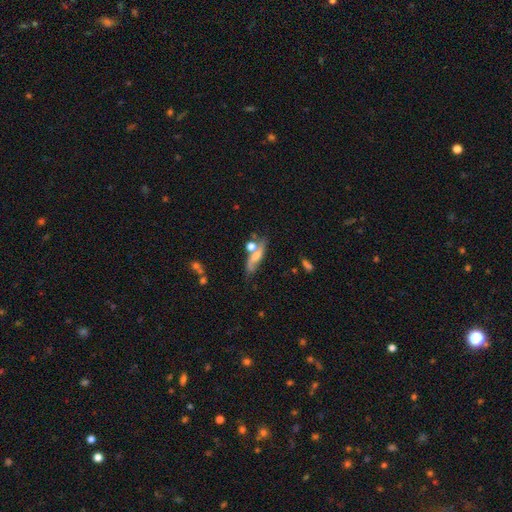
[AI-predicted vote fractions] smooth-or-featured: featured or disk: 55% | smooth: 34% | star or artifact: 11%
  disk-edge-on: no: 62% | yes: 38%
  merging: none: 50% | minor disturbance: 20% | merger: 19% | major disturbance: 11%